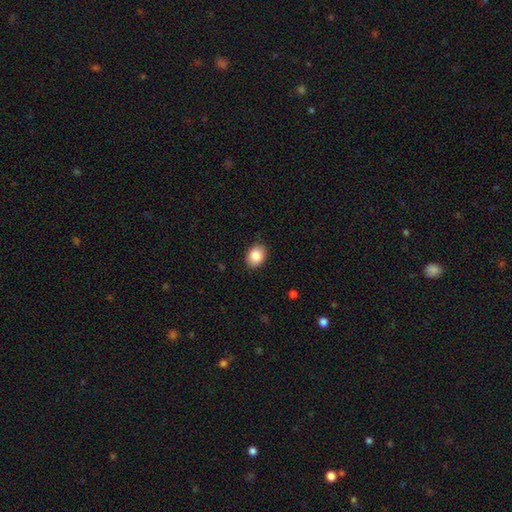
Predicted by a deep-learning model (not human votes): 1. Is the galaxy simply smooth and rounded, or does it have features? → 87% smooth, 8% star or artifact, 5% featured or disk.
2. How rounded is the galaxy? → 62% in between, 37% round, 1% cigar-shaped.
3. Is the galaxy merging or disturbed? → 85% none, 11% minor disturbance, 2% major disturbance, 1% merger.